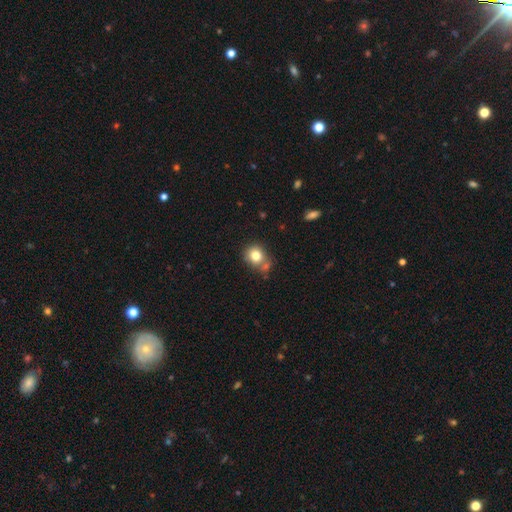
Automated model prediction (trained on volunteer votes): A smooth galaxy with no disk features (79%) that is round (77%).

Vote fractions:
- Smooth or featured? smooth: 79% / star or artifact: 11% / featured or disk: 10%
- How rounded? round: 77% / in between: 23% / cigar-shaped: 1%
- Merging? none: 61% / merger: 18% / minor disturbance: 16% / major disturbance: 5%